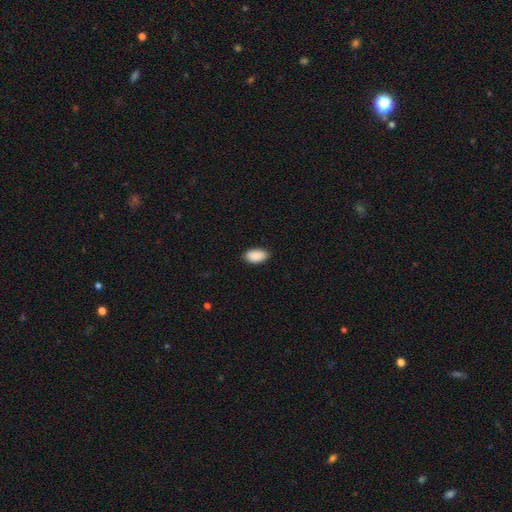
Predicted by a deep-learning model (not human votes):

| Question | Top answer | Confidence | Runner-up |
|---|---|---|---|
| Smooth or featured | smooth | 91% | star or artifact (6%) |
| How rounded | in between | 95% | round (4%) |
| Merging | none | 87% | minor disturbance (10%) |